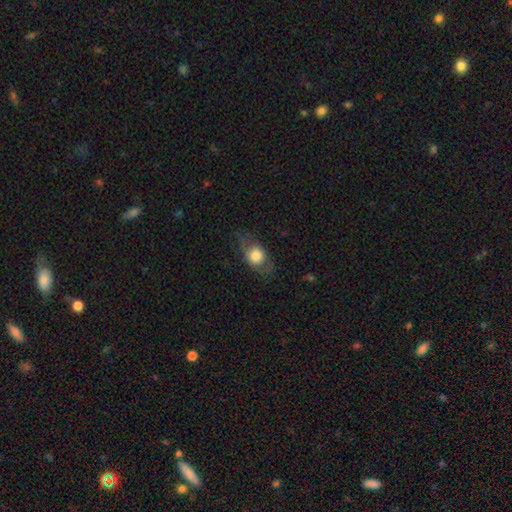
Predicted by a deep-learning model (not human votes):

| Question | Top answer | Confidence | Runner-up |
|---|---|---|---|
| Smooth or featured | smooth | 65% | featured or disk (28%) |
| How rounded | in between | 55% | round (41%) |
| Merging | none | 69% | minor disturbance (19%) |